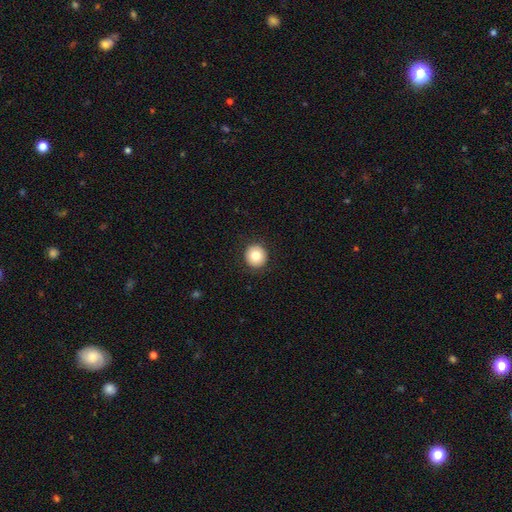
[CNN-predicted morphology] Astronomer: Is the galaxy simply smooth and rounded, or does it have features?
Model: smooth — 82%.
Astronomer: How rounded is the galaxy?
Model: round — 94%.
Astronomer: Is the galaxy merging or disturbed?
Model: none — 92%.